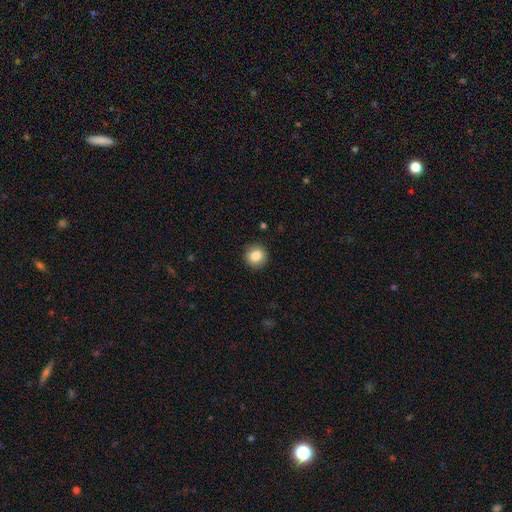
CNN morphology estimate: This is clearly a smooth galaxy (86%). How rounded: clearly round (92%). Merging: clearly none (91%).